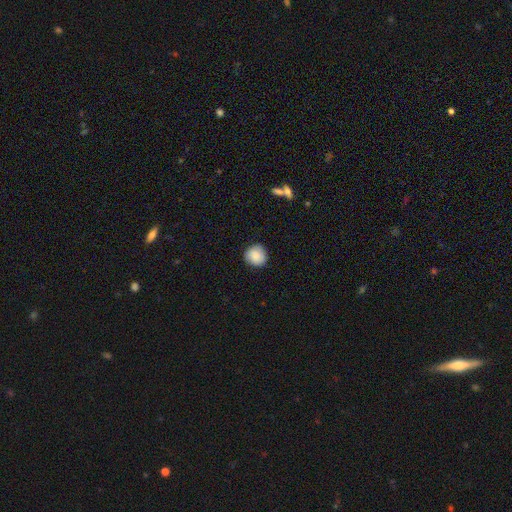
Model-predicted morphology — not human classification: A smooth galaxy with no disk features (86%) that is round (92%).

Vote fractions:
- Smooth or featured? smooth: 86% / star or artifact: 7% / featured or disk: 7%
- How rounded? round: 92% / in between: 7% / cigar-shaped: 1%
- Merging? none: 87% / minor disturbance: 10% / major disturbance: 2% / merger: 1%